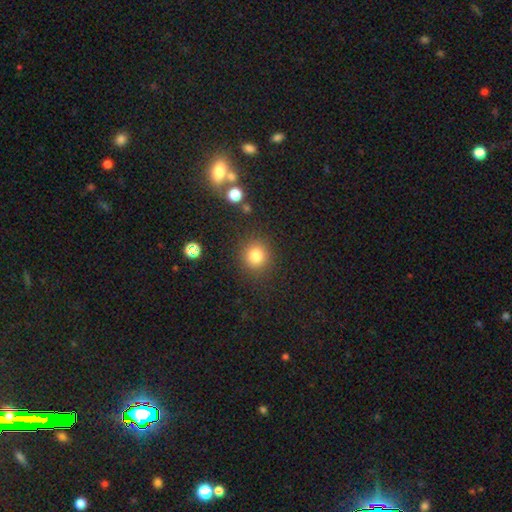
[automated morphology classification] Q: Smooth or featured?
A: smooth (81%); runner-up: star or artifact (13%)
Q: How rounded?
A: round (90%); runner-up: in between (9%)
Q: Merging?
A: none (87%); runner-up: minor disturbance (8%)